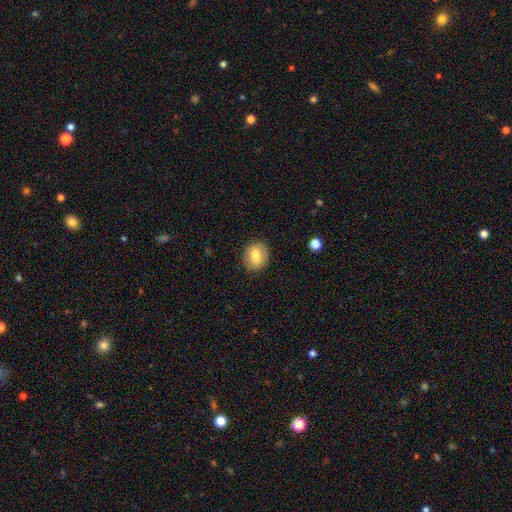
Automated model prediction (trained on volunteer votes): A smooth galaxy with no disk features (76%) that is round (59%).

Vote fractions:
- Smooth or featured? smooth: 76% / featured or disk: 16% / star or artifact: 8%
- How rounded? round: 59% / in between: 40% / cigar-shaped: 1%
- Merging? none: 85% / minor disturbance: 11% / major disturbance: 3% / merger: 1%